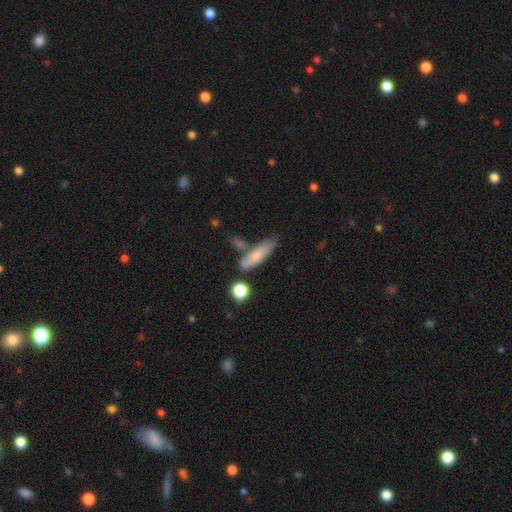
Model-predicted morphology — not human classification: smooth-or-featured: smooth: 71% | featured or disk: 22% | star or artifact: 7%
  how-rounded: cigar-shaped: 58% | in between: 39% | round: 3%
  merging: none: 59% | minor disturbance: 19% | merger: 16% | major disturbance: 6%